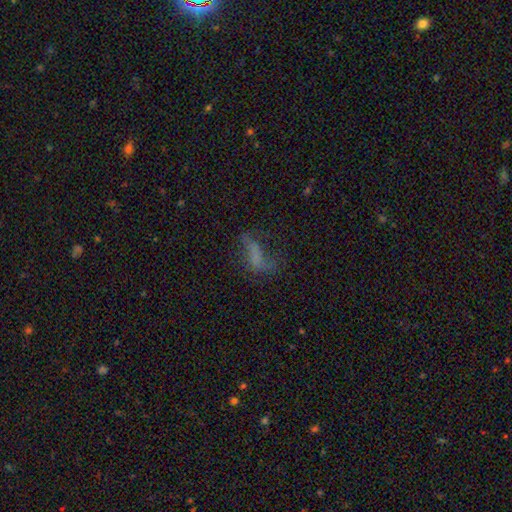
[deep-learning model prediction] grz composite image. It shows a smooth galaxy with no disk features (41%). Merging: none (38%).